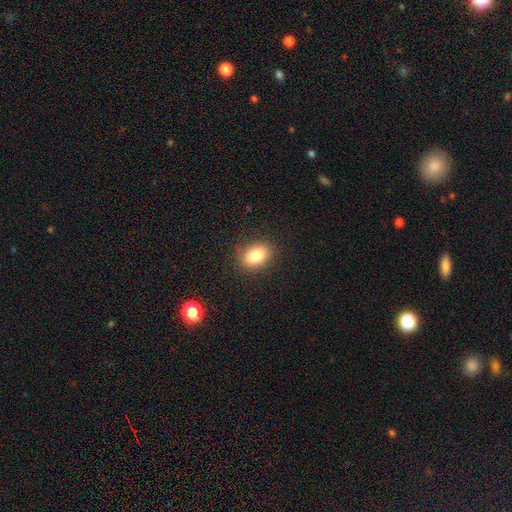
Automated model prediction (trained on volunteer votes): This is clearly a smooth galaxy (83%). How rounded: likely in between (76%). Merging: clearly none (87%).